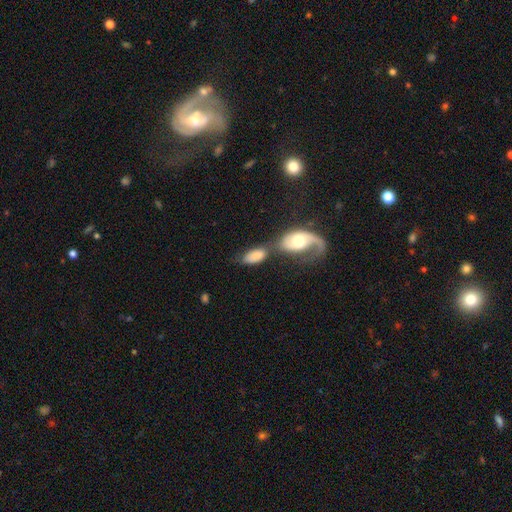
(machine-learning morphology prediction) Smooth or featured? smooth (64%)
How rounded? in between (90%)
Merging? merger (58%)